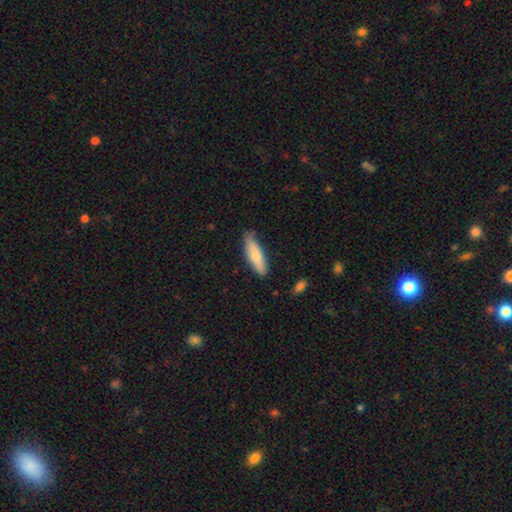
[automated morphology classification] smooth_or_featured: smooth (p=0.74) [alt: featured or disk p=0.20]
how_rounded: cigar-shaped (p=0.55) [alt: in between p=0.44]
merging: none (p=0.70) [alt: minor disturbance p=0.24]